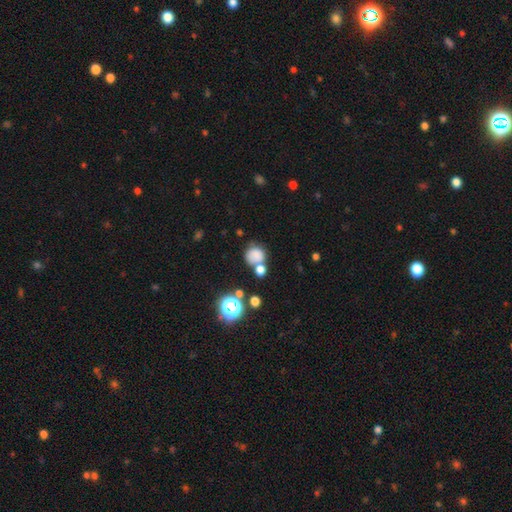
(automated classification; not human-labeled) This appears to be a smooth galaxy with no disk features (75%) that is round (83%). Merging: none (49%).